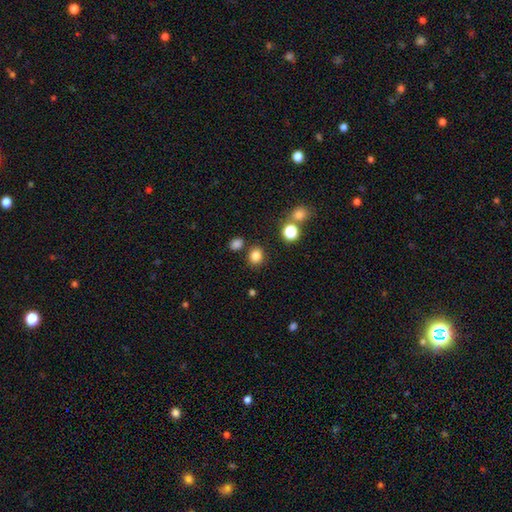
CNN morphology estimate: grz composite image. It shows a smooth galaxy with no disk features (82%) that is round (74%). Merging: none (82%).